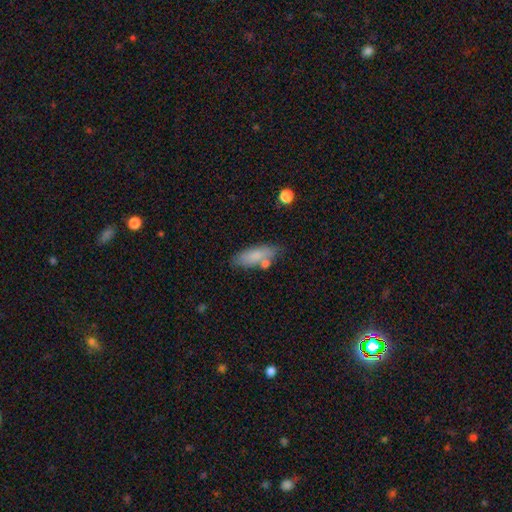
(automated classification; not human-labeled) A smooth galaxy with no disk features (80%) that is in between round and cigar-shaped (68%). Merging: none (70%).